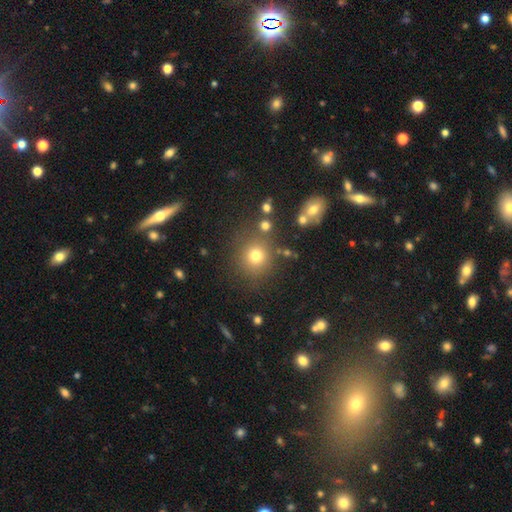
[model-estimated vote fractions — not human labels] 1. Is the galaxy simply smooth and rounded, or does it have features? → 75% smooth, 17% star or artifact, 8% featured or disk.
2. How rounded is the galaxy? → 88% round, 11% in between, 1% cigar-shaped.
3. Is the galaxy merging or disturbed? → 79% none, 10% minor disturbance, 7% merger, 5% major disturbance.